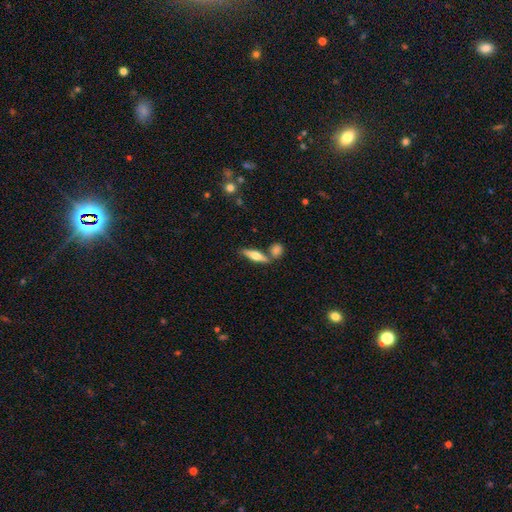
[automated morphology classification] This is possibly a smooth galaxy (48%). Merging: likely none (72%).